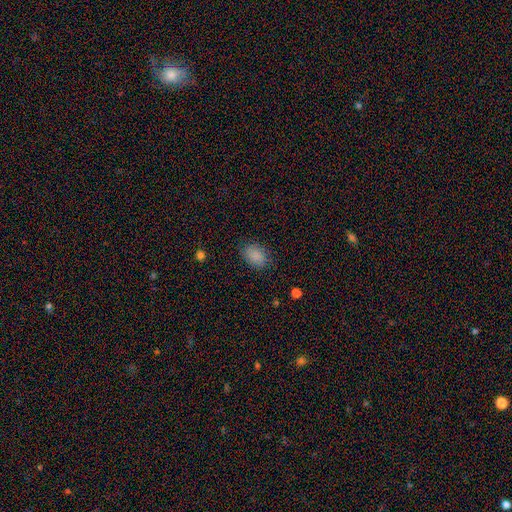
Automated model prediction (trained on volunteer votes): Smooth or featured? smooth (86%)
How rounded? in between (77%)
Merging? none (81%)